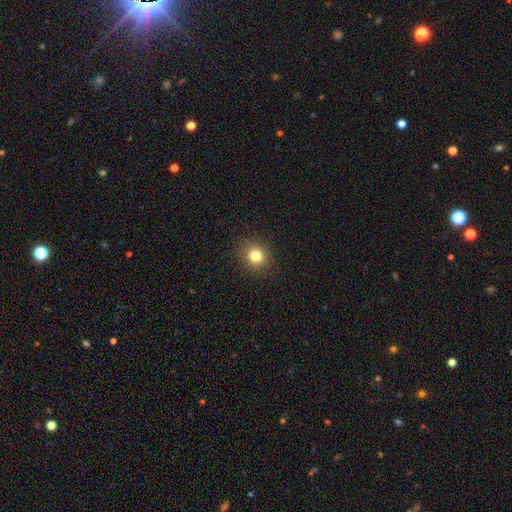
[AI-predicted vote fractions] This is clearly a smooth galaxy (81%). How rounded: clearly round (87%). Merging: clearly none (91%).